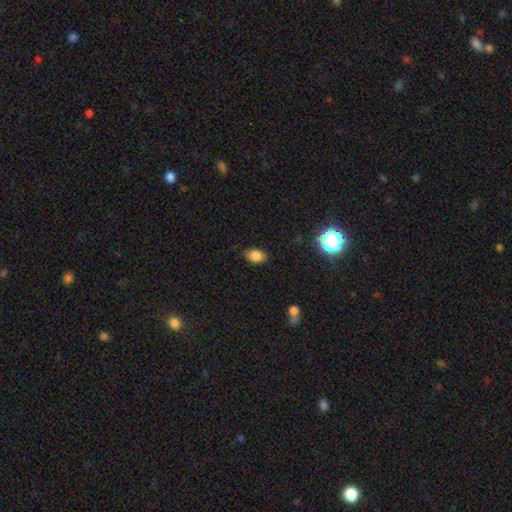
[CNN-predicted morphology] Q: Smooth or featured?
A: smooth (82%); runner-up: star or artifact (12%)
Q: How rounded?
A: in between (78%); runner-up: round (20%)
Q: Merging?
A: none (79%); runner-up: minor disturbance (17%)